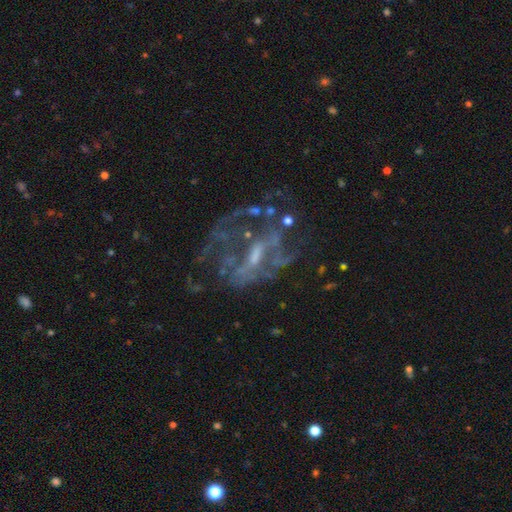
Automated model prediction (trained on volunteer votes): A featured or disk galaxy (76%) with a weak bar (42%), spiral arms (52%) and a small central bulge (45%). Merging: none (43%).